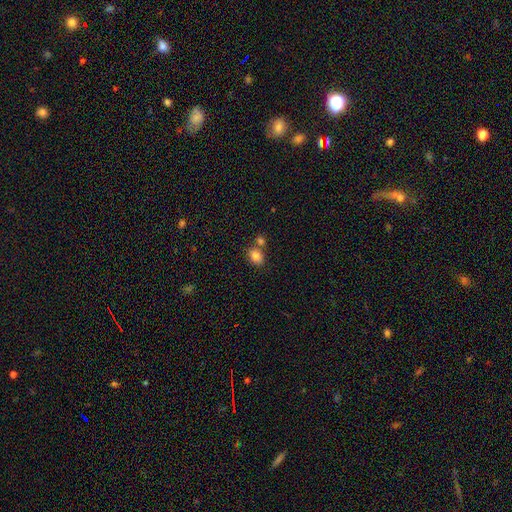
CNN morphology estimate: A smooth galaxy with no disk features (83%) that is in between round and cigar-shaped (74%). Merging: none (62%).